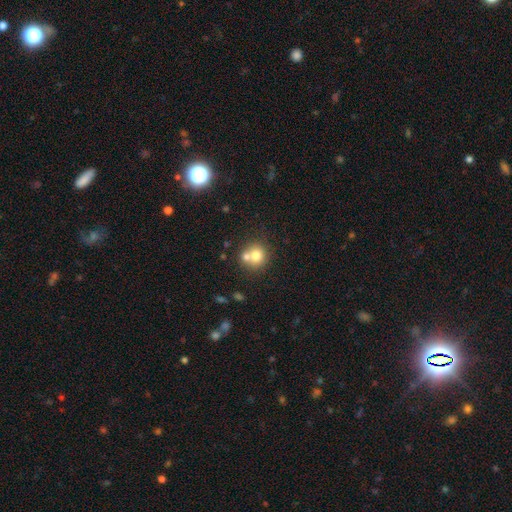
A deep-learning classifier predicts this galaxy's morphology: smooth_or_featured: smooth (p=0.73) [alt: featured or disk p=0.16]
how_rounded: round (p=0.85) [alt: in between p=0.14]
merging: none (p=0.50) [alt: merger p=0.39]